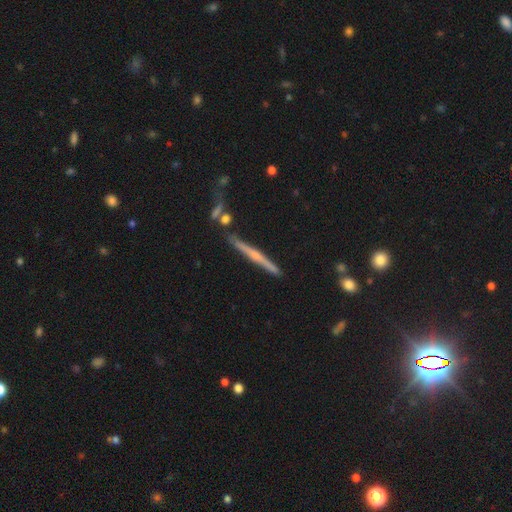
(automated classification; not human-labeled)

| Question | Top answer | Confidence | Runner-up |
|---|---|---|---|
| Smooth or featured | featured or disk | 70% | smooth (23%) |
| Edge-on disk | yes | 98% | no (2%) |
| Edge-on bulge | rounded | 61% | none (31%) |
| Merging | none | 83% | minor disturbance (9%) |